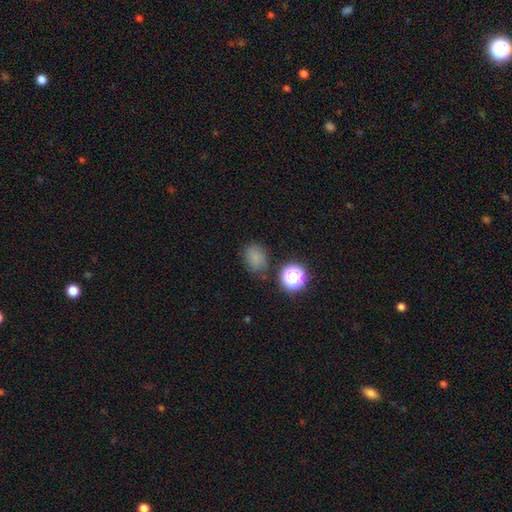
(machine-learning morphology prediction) smooth 77%, star or artifact 17%, featured or disk 6%. Down the decision tree: how rounded — round (52%); merging — none (74%).